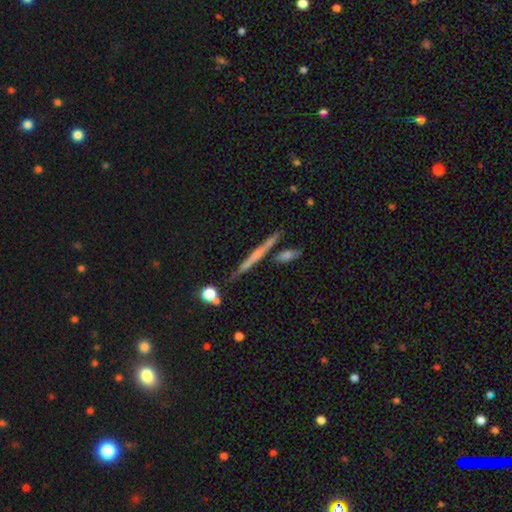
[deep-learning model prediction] Smooth or featured?
  - featured or disk: 54% *
  - smooth: 37%
  - star or artifact: 9%
Edge-on disk?
  - yes: 94% *
  - no: 6%
Edge-on bulge?
  - none: 69% *
  - rounded: 19%
  - boxy: 11%
Merging?
  - none: 76% *
  - minor disturbance: 11%
  - merger: 10%
  - major disturbance: 3%